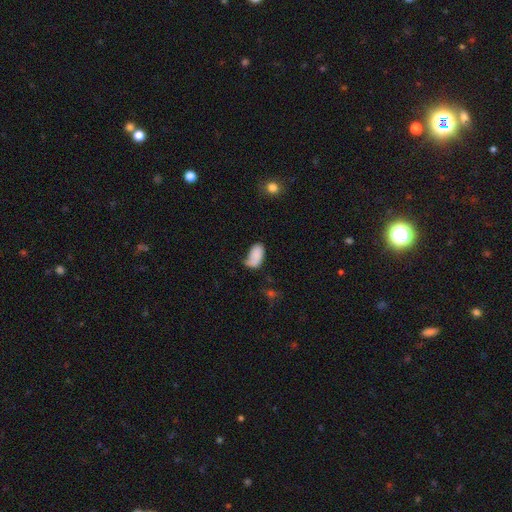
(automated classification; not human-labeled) The model was most divided on "merging": none: 39%, minor disturbance: 33%, major disturbance: 22%, merger: 6%. More confident: how rounded — in between (94%); smooth or featured — smooth (82%).